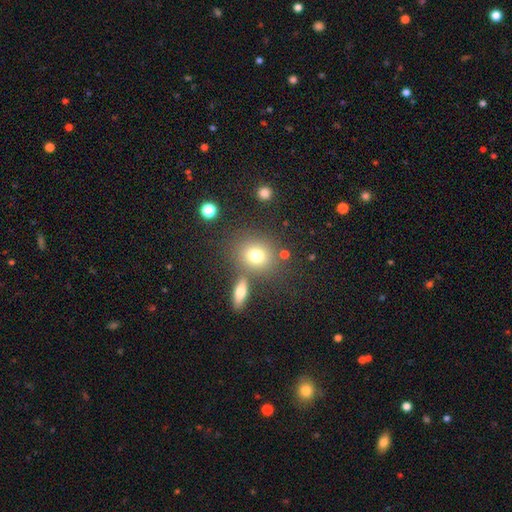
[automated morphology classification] This is likely a smooth galaxy (75%). How rounded: likely round (73%). Merging: likely none (70%).